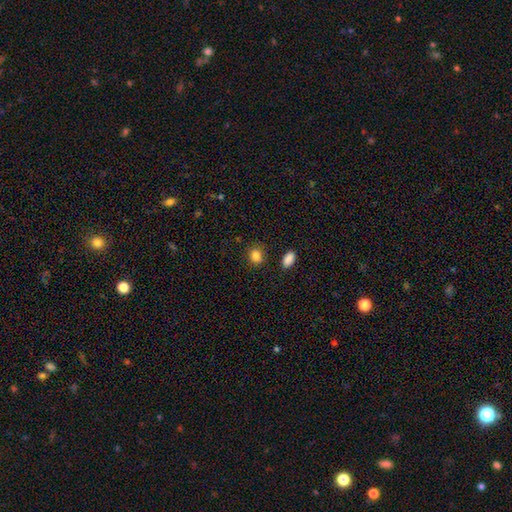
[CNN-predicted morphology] This is clearly a smooth galaxy (86%). How rounded: possibly round (53%). Merging: clearly none (81%).